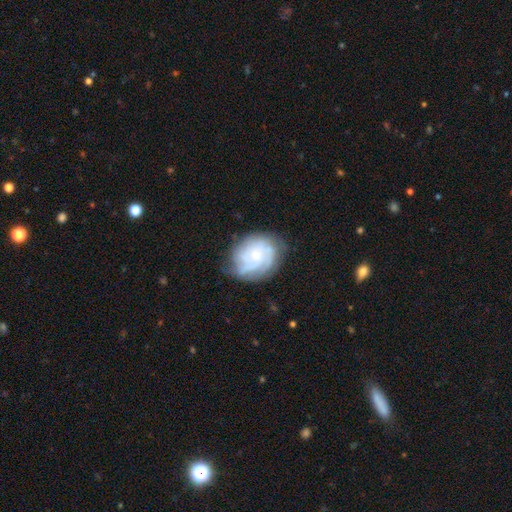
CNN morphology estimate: Smooth or featured? featured or disk (70%)
Edge-on disk? no (98%)
Bar? no (76%)
Spiral arms? yes (90%)
Spiral winding? tight (63%)
Spiral arm count? can't tell (42%)
Bulge size? small (65%)
Merging? none (67%)